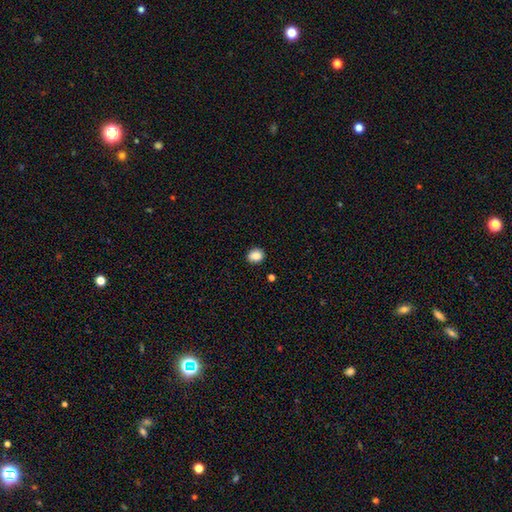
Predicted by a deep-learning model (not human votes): A smooth galaxy with no disk features (87%) that is round (66%). Merging: none (87%).